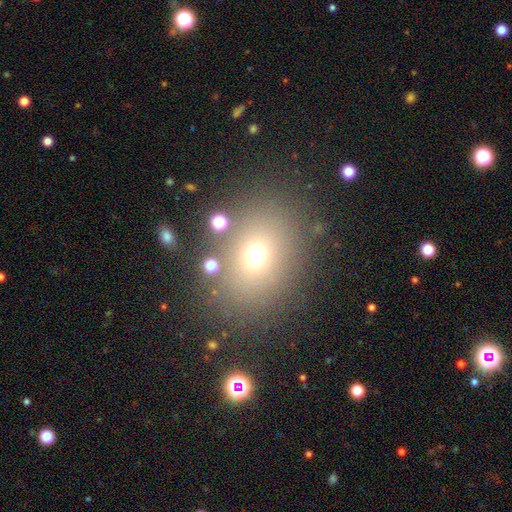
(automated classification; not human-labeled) Smooth or featured: smooth — 67% (star or artifact — 22%)
How rounded: round — 56% (in between — 43%)
Merging: none — 77% (minor disturbance — 10%)